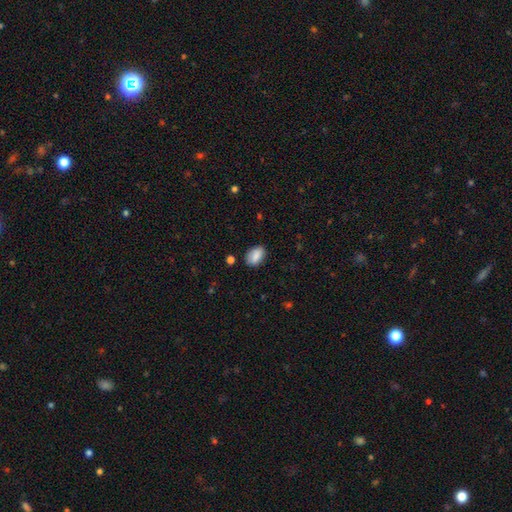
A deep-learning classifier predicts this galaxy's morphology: A smooth galaxy with no disk features (87%) that is in between round and cigar-shaped (88%). Merging: none (82%).